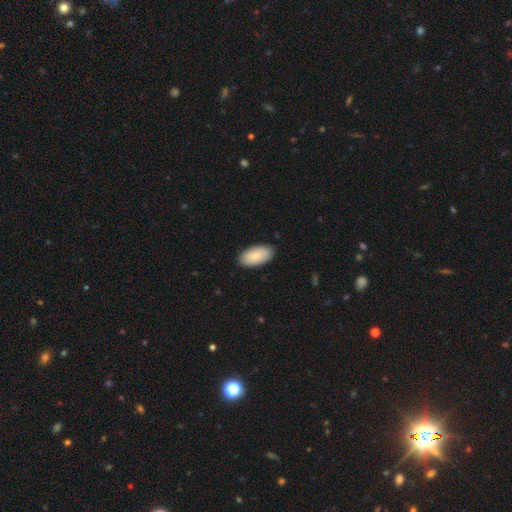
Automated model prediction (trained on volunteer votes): Smooth or featured? smooth (83%)
How rounded? in between (95%)
Merging? none (87%)